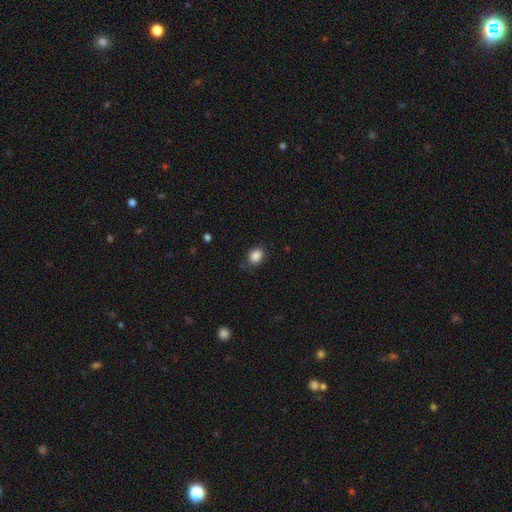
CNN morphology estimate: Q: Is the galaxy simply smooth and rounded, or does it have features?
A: smooth — 87%.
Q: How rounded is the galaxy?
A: in between — 56%.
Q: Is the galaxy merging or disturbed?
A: none — 76%.